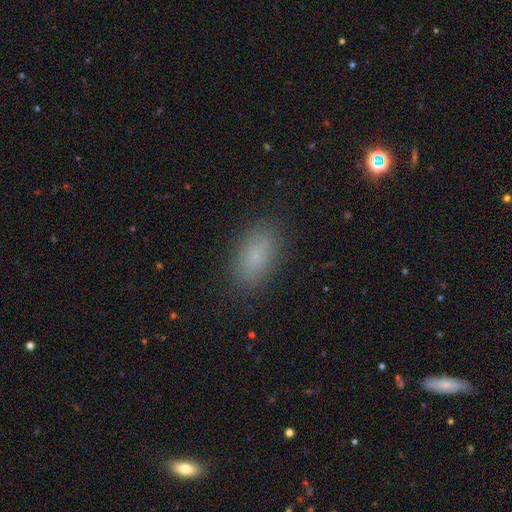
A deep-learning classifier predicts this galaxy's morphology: Smooth or featured?
  - smooth: 81% *
  - star or artifact: 11%
  - featured or disk: 8%
How rounded?
  - in between: 91% *
  - round: 5%
  - cigar-shaped: 4%
Merging?
  - none: 86% *
  - minor disturbance: 10%
  - major disturbance: 3%
  - merger: 1%